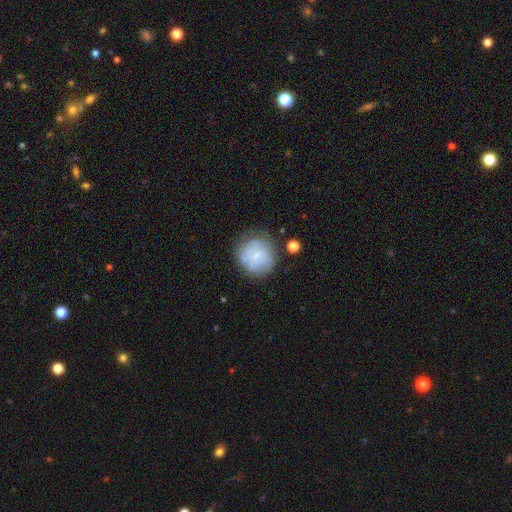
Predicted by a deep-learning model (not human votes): Morphology: type=smooth (63%); roundness=round (88%); merging=none (66%).